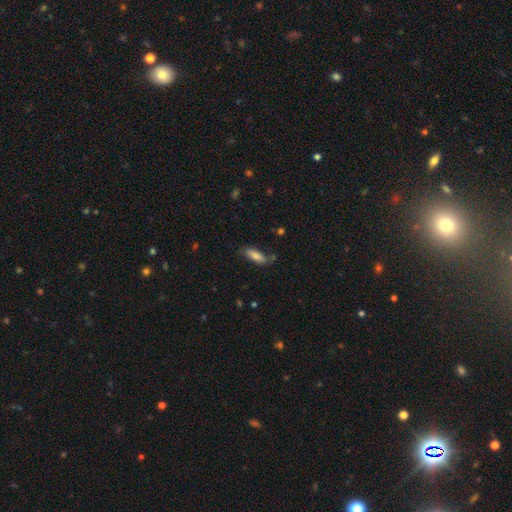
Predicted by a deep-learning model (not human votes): Morphology: type=smooth (80%); roundness=in between (61%); merging=none (76%).